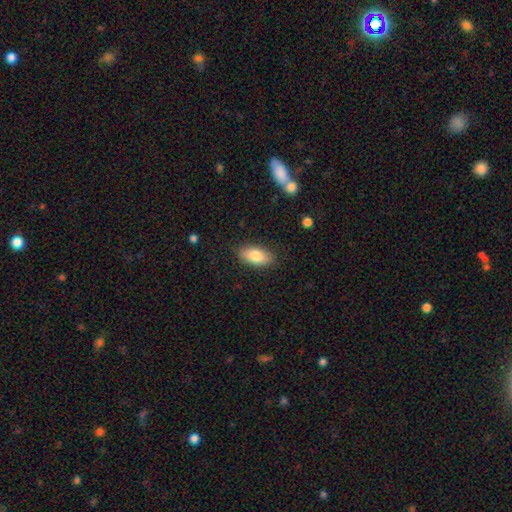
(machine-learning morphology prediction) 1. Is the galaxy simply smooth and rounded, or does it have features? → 84% smooth, 10% featured or disk, 7% star or artifact.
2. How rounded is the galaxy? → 90% in between, 7% cigar-shaped, 3% round.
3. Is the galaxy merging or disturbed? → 85% none, 11% minor disturbance, 3% major disturbance, 1% merger.